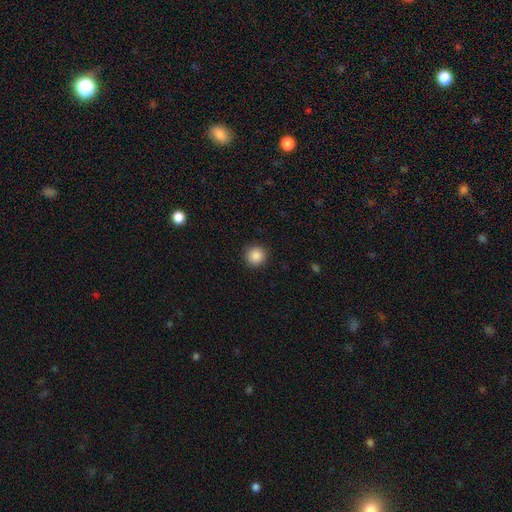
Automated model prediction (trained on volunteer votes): Smooth or featured: smooth — 88% (star or artifact — 9%)
How rounded: round — 95% (in between — 5%)
Merging: none — 91% (minor disturbance — 6%)